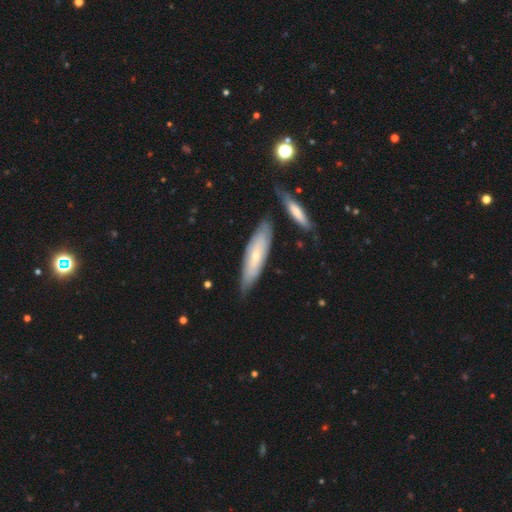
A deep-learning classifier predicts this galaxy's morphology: The model was most divided on "smooth or featured" (2-way tie): smooth: 47%, featured or disk: 47%, star or artifact: 6%. More confident: merging — none (75%).